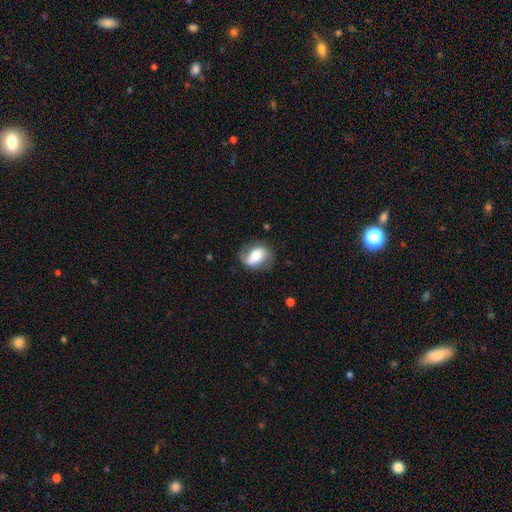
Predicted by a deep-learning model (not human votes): A smooth galaxy with no disk features (47%). Merging: none (70%).